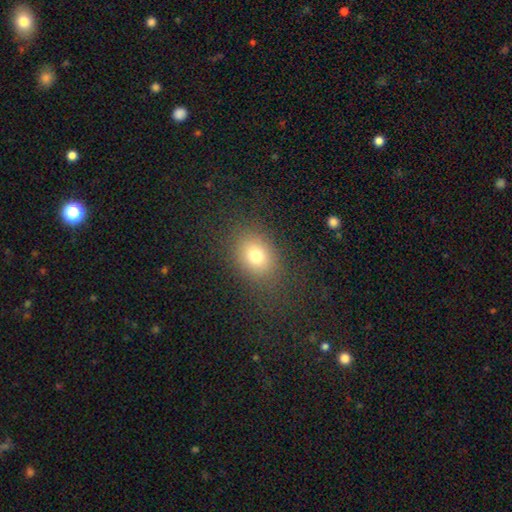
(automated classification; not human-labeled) Smooth or featured? smooth (75%)
How rounded? in between (55%)
Merging? none (81%)